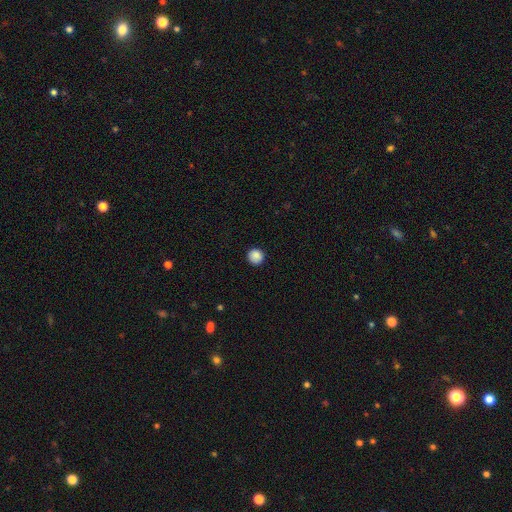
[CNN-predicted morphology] Q: Smooth or featured?
A: smooth (88%); runner-up: star or artifact (9%)
Q: How rounded?
A: round (94%); runner-up: in between (5%)
Q: Merging?
A: none (91%); runner-up: minor disturbance (6%)